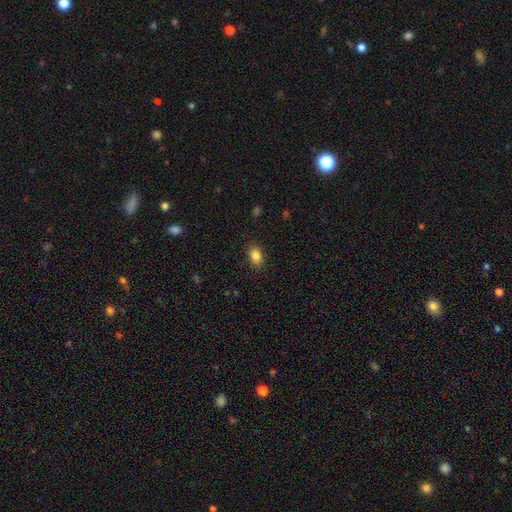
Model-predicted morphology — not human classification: Smooth or featured? smooth (85%)
How rounded? in between (76%)
Merging? none (87%)